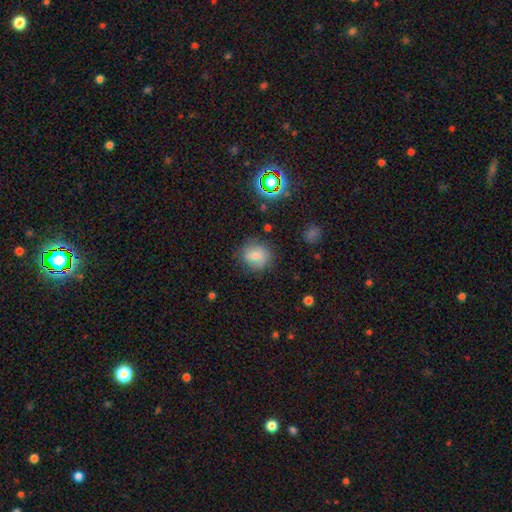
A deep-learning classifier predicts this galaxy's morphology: Smooth or featured: smooth — 73% (featured or disk — 15%)
How rounded: round — 80% (in between — 19%)
Merging: none — 76% (minor disturbance — 17%)